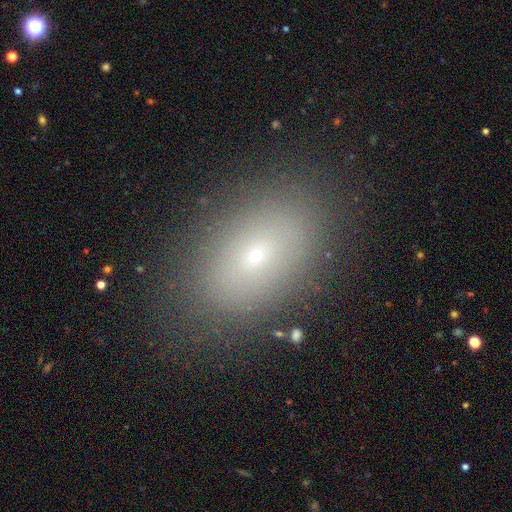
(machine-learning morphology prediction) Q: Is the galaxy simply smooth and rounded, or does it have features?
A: smooth — 62%.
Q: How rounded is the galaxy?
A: in between — 82%.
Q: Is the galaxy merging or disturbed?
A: none — 83%.